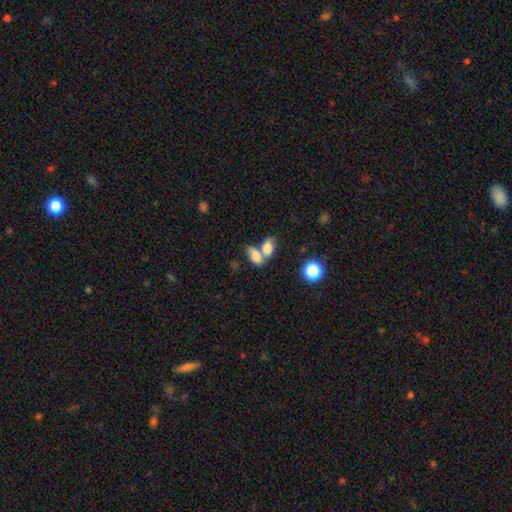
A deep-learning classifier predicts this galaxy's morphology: Overall: smooth (79%). How rounded: in between (88%). Merging: merger (63%; none 24%).